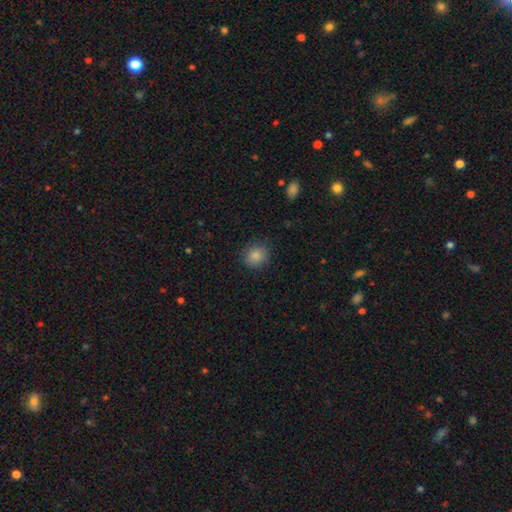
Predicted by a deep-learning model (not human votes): A smooth galaxy with no disk features (86%) that is round (82%).

Vote fractions:
- Smooth or featured? smooth: 86% / star or artifact: 10% / featured or disk: 4%
- How rounded? round: 82% / in between: 17% / cigar-shaped: 1%
- Merging? none: 87% / minor disturbance: 9% / major disturbance: 3% / merger: 1%